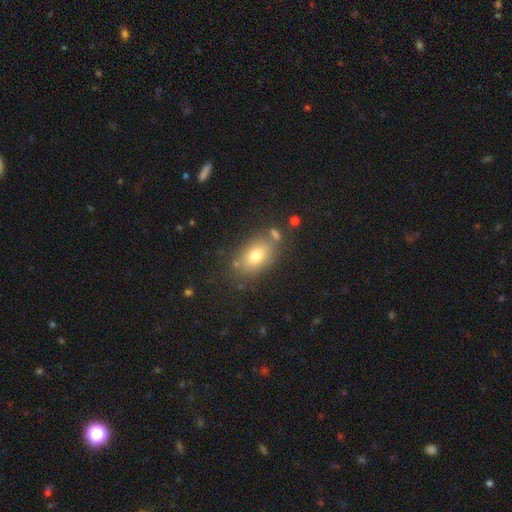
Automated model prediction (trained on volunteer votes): Smooth or featured?
  - smooth: 76% *
  - featured or disk: 14%
  - star or artifact: 10%
How rounded?
  - in between: 83% *
  - round: 14%
  - cigar-shaped: 2%
Merging?
  - none: 72% *
  - minor disturbance: 14%
  - merger: 9%
  - major disturbance: 4%